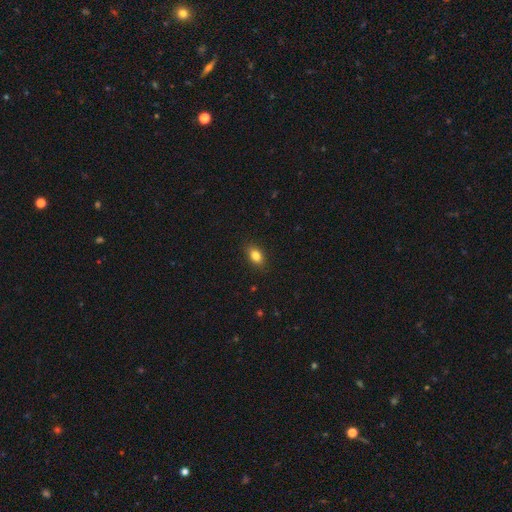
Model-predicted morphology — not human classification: Overall: smooth (83%). How rounded: in between (83%). Merging: none (87%).